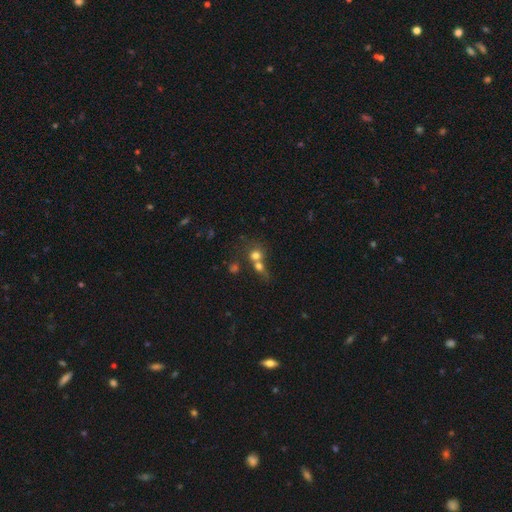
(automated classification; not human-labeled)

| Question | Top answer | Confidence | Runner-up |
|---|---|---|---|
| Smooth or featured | smooth | 69% | featured or disk (16%) |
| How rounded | round | 80% | in between (19%) |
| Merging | merger | 61% | none (28%) |